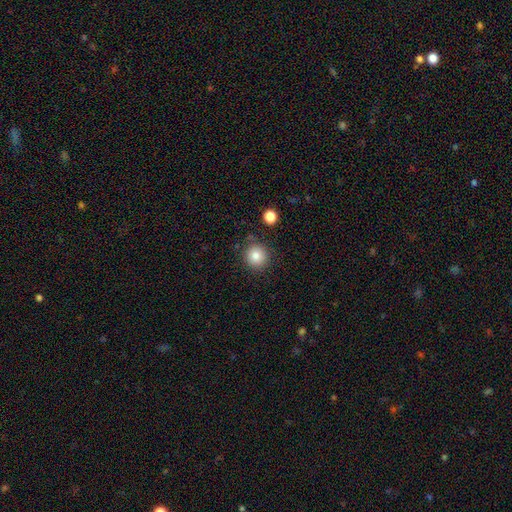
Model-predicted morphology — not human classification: A smooth galaxy with no disk features (82%) that is round (94%).

Vote fractions:
- Smooth or featured? smooth: 82% / star or artifact: 11% / featured or disk: 7%
- How rounded? round: 94% / in between: 5% / cigar-shaped: 1%
- Merging? none: 85% / minor disturbance: 9% / merger: 4% / major disturbance: 3%